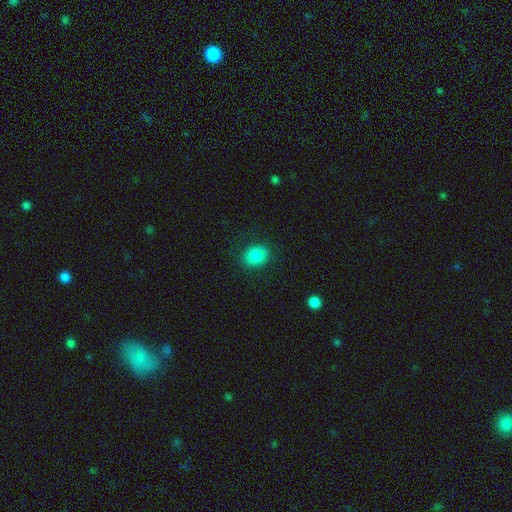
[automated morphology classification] A smooth galaxy with no disk features (85%) that is round (56%).

Vote fractions:
- Smooth or featured? smooth: 85% / star or artifact: 9% / featured or disk: 6%
- How rounded? round: 56% / in between: 43% / cigar-shaped: 1%
- Merging? none: 86% / minor disturbance: 10% / major disturbance: 3% / merger: 1%